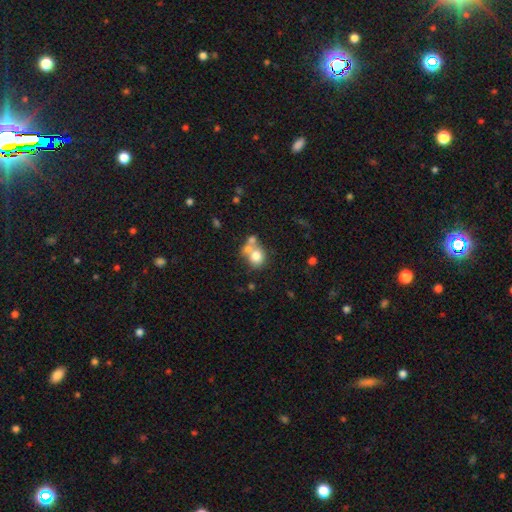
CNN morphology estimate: The model was most divided on "merging": merger: 46%, none: 38%, minor disturbance: 10%, major disturbance: 6%. More confident: how rounded — round (74%); smooth or featured — smooth (72%).